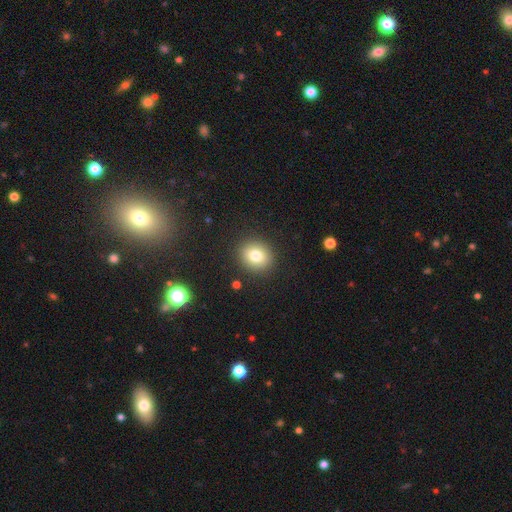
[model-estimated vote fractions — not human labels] This appears to be a smooth galaxy with no disk features (79%) that is round (73%). Merging: none (89%).